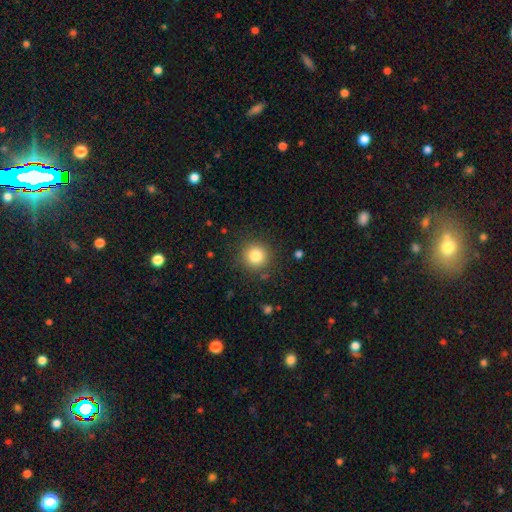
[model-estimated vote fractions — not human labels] The model was most divided on "smooth or featured": smooth: 82%, star or artifact: 11%, featured or disk: 7%. More confident: how rounded — round (94%); merging — none (88%).